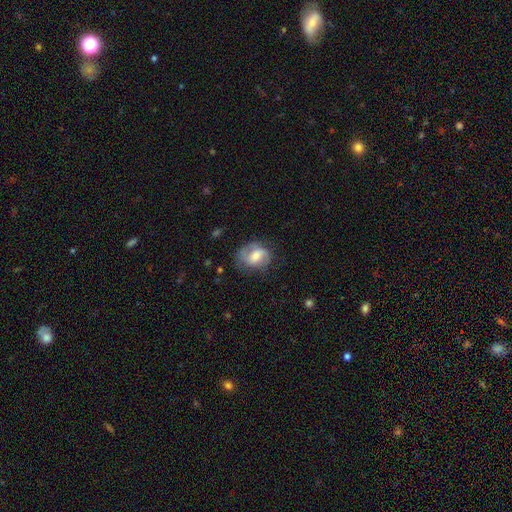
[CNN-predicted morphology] The model was most divided on "bar": weak: 47%, no: 34%, strong: 19%. Remaining: edge-on disk — no (97%); spiral arms — yes (86%); spiral arm count — 2 (75%); merging — none (65%); smooth or featured — featured or disk (60%); spiral winding — medium (46%); bulge size — moderate (45%).